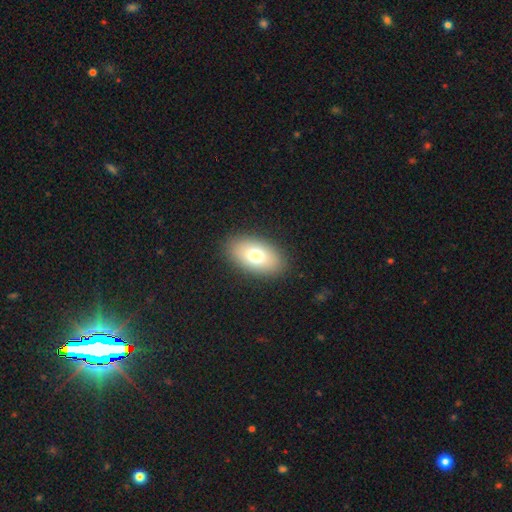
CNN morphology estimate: A smooth galaxy with no disk features (75%) that is in between round and cigar-shaped (92%).

Vote fractions:
- Smooth or featured? smooth: 75% / featured or disk: 16% / star or artifact: 9%
- How rounded? in between: 92% / round: 6% / cigar-shaped: 2%
- Merging? none: 88% / minor disturbance: 8% / major disturbance: 3% / merger: 1%